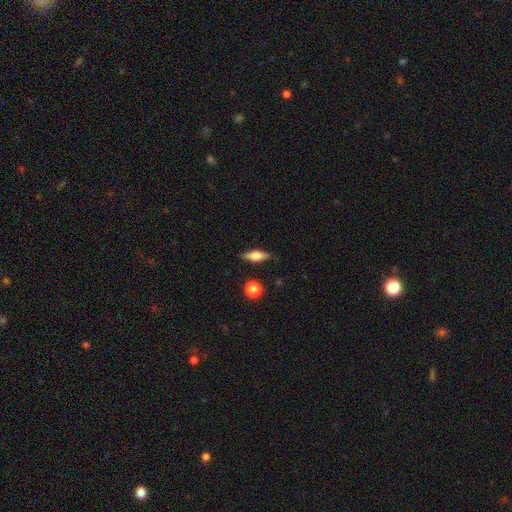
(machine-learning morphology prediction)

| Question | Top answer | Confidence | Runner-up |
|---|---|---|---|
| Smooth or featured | smooth | 53% | featured or disk (39%) |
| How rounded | in between | 58% | cigar-shaped (36%) |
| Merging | none | 82% | minor disturbance (13%) |